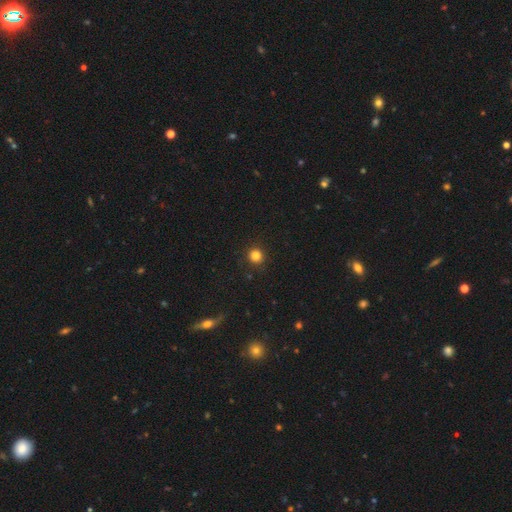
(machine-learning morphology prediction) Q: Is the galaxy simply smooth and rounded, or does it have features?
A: smooth — 83%.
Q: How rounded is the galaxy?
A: round — 94%.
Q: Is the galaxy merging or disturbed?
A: none — 91%.